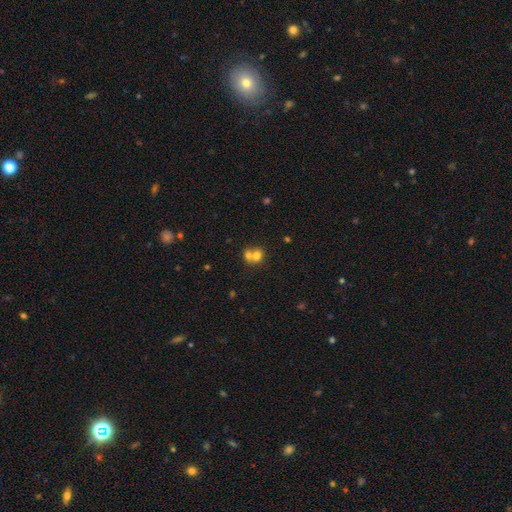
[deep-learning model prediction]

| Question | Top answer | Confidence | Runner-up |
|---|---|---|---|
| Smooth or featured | smooth | 71% | featured or disk (18%) |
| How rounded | round | 68% | in between (31%) |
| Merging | merger | 62% | none (29%) |